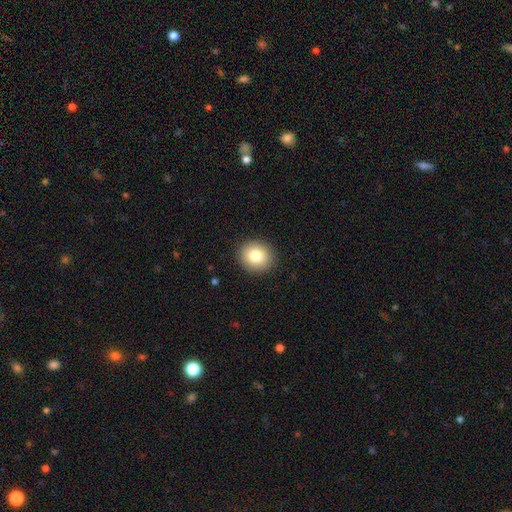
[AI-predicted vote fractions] Smooth or featured? smooth (81%)
How rounded? round (80%)
Merging? none (91%)